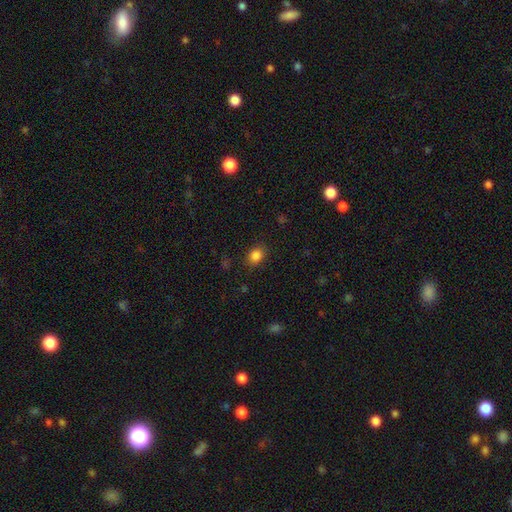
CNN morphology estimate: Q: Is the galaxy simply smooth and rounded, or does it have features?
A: smooth — 85%.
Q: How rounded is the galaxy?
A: in between — 56%.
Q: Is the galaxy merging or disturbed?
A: none — 85%.